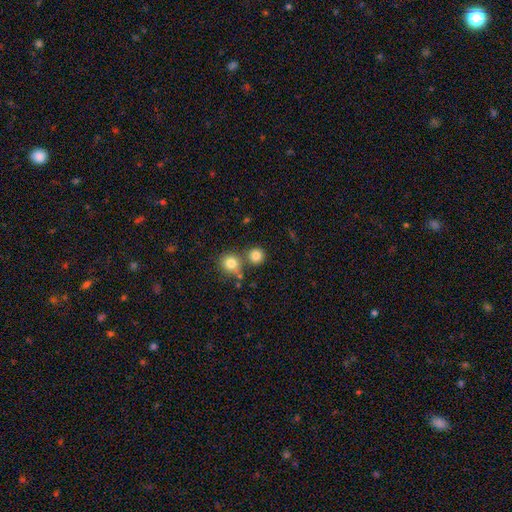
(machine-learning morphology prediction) Q: Smooth or featured?
A: smooth (83%); runner-up: star or artifact (12%)
Q: How rounded?
A: round (91%); runner-up: in between (8%)
Q: Merging?
A: none (70%); runner-up: merger (21%)